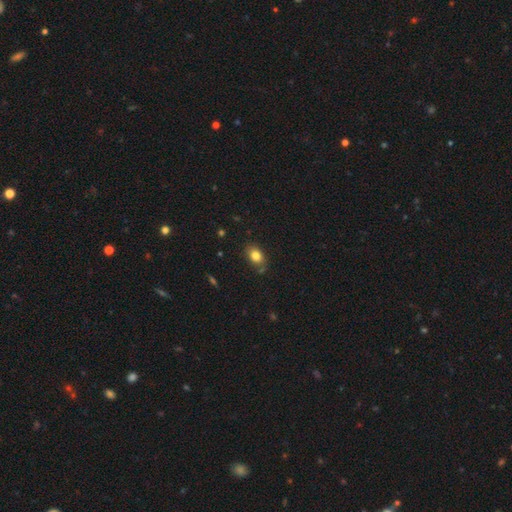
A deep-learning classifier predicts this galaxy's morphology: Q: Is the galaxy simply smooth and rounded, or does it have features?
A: smooth — 82%.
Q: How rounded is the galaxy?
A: in between — 75%.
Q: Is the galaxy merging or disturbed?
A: none — 78%.